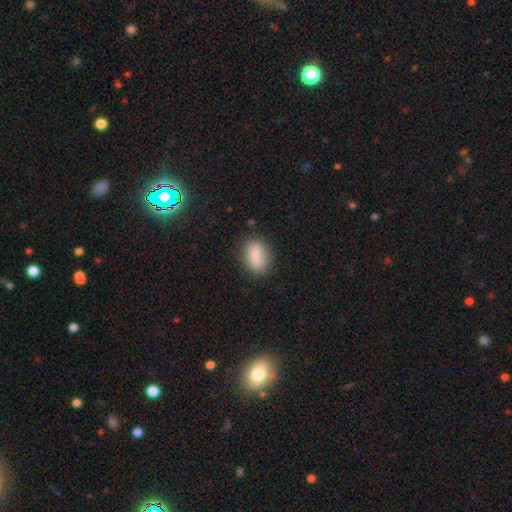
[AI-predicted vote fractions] Morphology: type=smooth (83%); roundness=in between (79%); merging=none (76%).